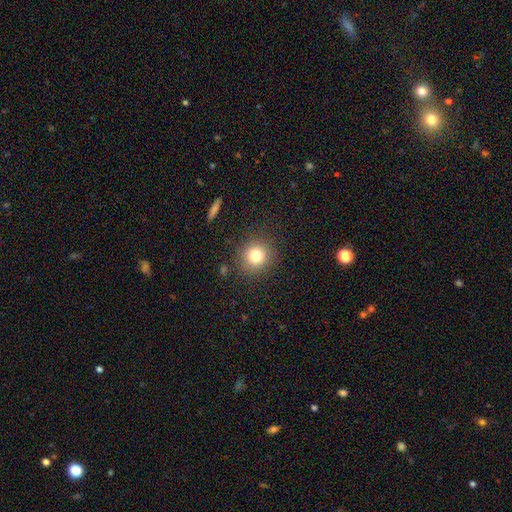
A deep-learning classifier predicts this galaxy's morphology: smooth-or-featured: smooth: 78% | star or artifact: 13% | featured or disk: 9%
  how-rounded: round: 90% | in between: 9% | cigar-shaped: 1%
  merging: none: 88% | minor disturbance: 8% | major disturbance: 3% | merger: 1%